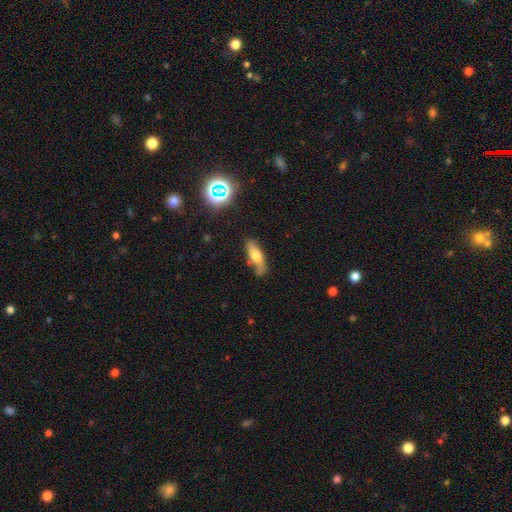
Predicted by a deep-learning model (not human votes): smooth_or_featured: smooth (p=0.58) [alt: featured or disk p=0.32]
how_rounded: in between (p=0.51) [alt: cigar-shaped p=0.46]
merging: none (p=0.65) [alt: minor disturbance p=0.24]